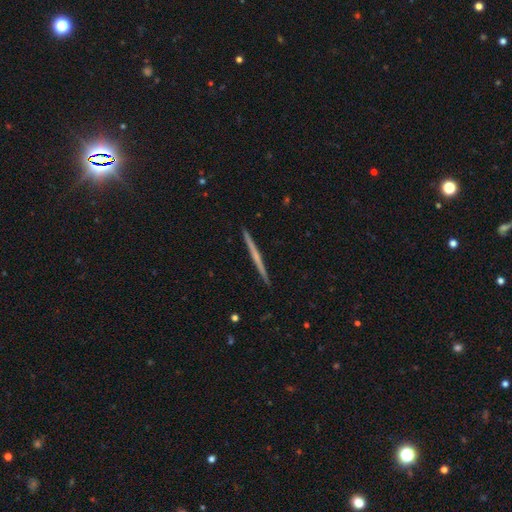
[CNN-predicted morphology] Smooth or featured?
  - featured or disk: 62% *
  - smooth: 33%
  - star or artifact: 5%
Edge-on disk?
  - yes: 98% *
  - no: 2%
Edge-on bulge?
  - none: 81% *
  - rounded: 15%
  - boxy: 4%
Merging?
  - none: 93% *
  - minor disturbance: 4%
  - merger: 1%
  - major disturbance: 1%